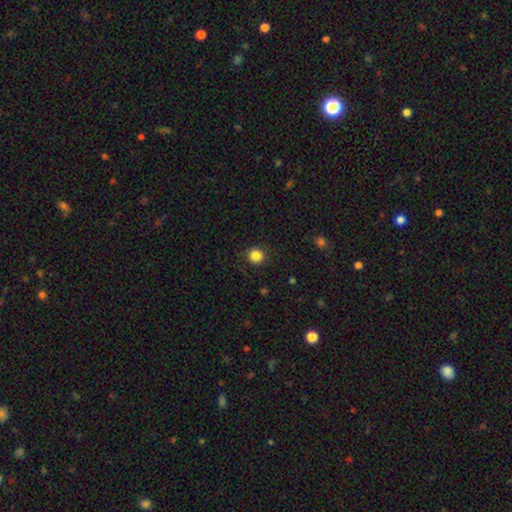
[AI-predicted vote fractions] This appears to be a smooth galaxy with no disk features (85%) that is round (94%). Merging: none (90%).